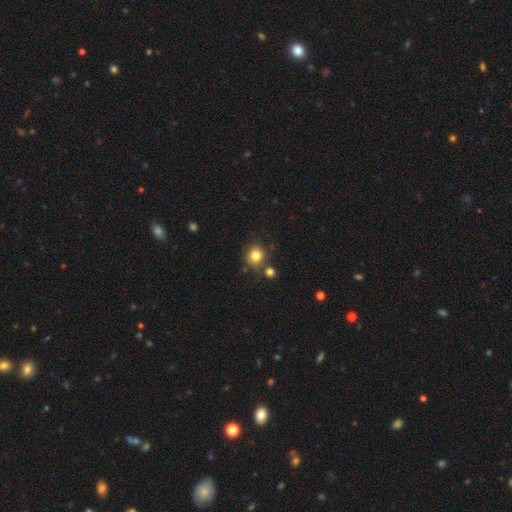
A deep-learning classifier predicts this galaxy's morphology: smooth_or_featured: smooth (p=0.81) [alt: star or artifact p=0.12]
how_rounded: round (p=0.87) [alt: in between p=0.12]
merging: none (p=0.75) [alt: minor disturbance p=0.11]